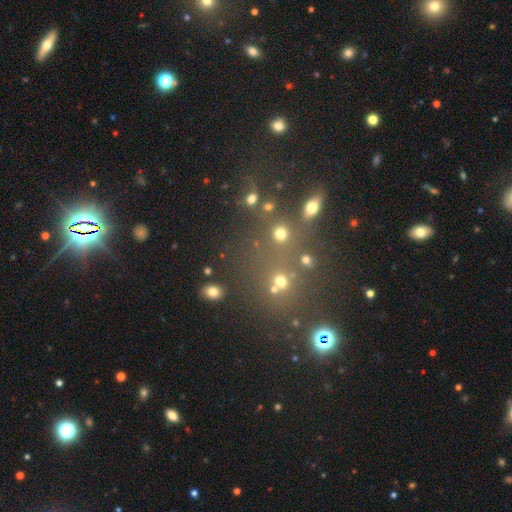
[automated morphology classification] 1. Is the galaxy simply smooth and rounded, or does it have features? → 58% star or artifact, 31% smooth, 11% featured or disk.